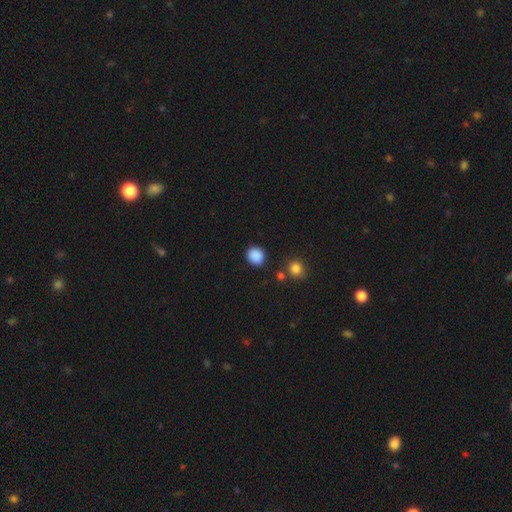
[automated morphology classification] This appears to be a smooth galaxy with no disk features (88%) that is round (77%). Merging: none (84%).